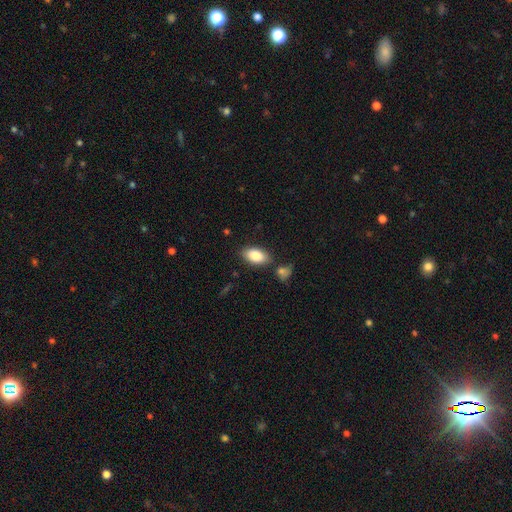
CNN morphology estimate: A smooth galaxy with no disk features (86%) that is in between round and cigar-shaped (93%).

Vote fractions:
- Smooth or featured? smooth: 86% / featured or disk: 8% / star or artifact: 7%
- How rounded? in between: 93% / round: 4% / cigar-shaped: 3%
- Merging? none: 80% / minor disturbance: 11% / merger: 6% / major disturbance: 3%